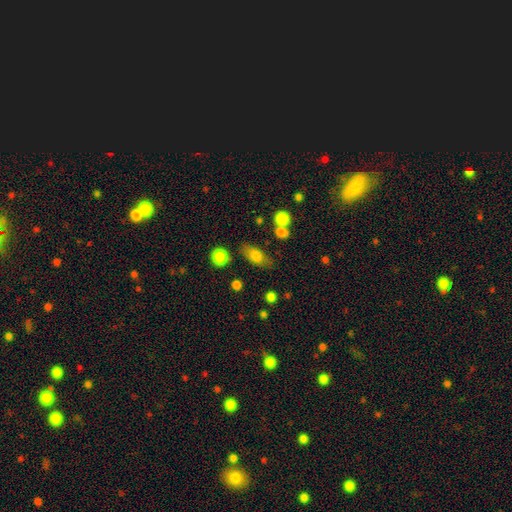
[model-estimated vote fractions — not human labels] smooth 78%, featured or disk 14%, star or artifact 8%. Down the decision tree: how rounded — in between (82%); merging — none (73%).